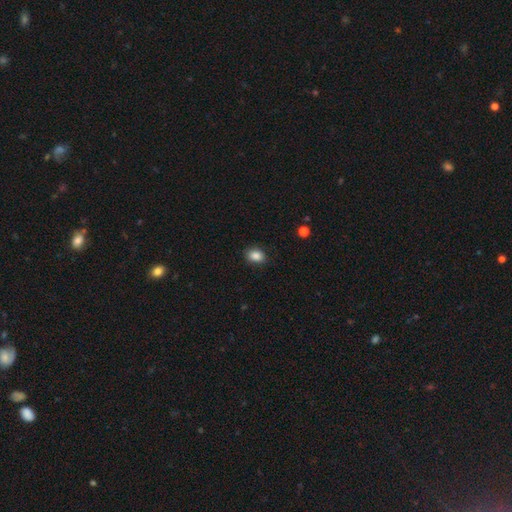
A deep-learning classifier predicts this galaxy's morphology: smooth_or_featured: smooth (p=0.87) [alt: star or artifact p=0.09]
how_rounded: in between (p=0.71) [alt: round p=0.28]
merging: none (p=0.86) [alt: minor disturbance p=0.10]